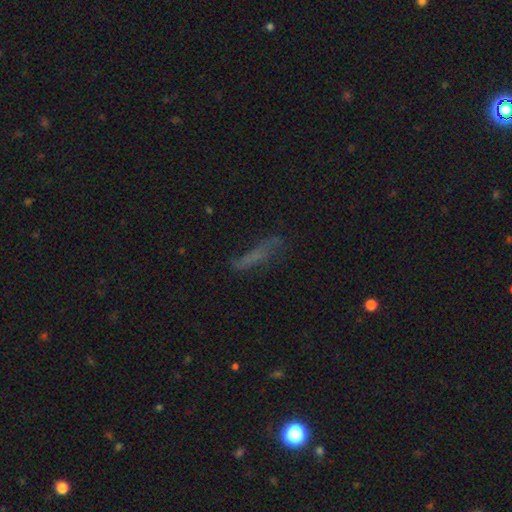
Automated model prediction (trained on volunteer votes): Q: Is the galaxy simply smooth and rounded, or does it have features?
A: smooth — 50%.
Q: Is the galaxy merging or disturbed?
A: none — 54%.